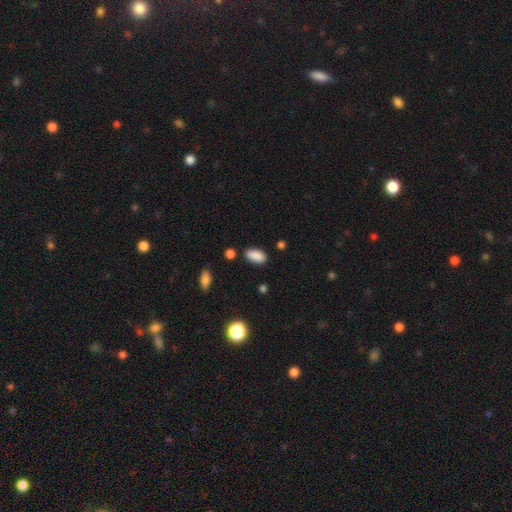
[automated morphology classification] Smooth or featured?
  - smooth: 88% *
  - star or artifact: 8%
  - featured or disk: 4%
How rounded?
  - in between: 93% *
  - cigar-shaped: 4%
  - round: 4%
Merging?
  - none: 82% *
  - minor disturbance: 12%
  - merger: 3%
  - major disturbance: 3%